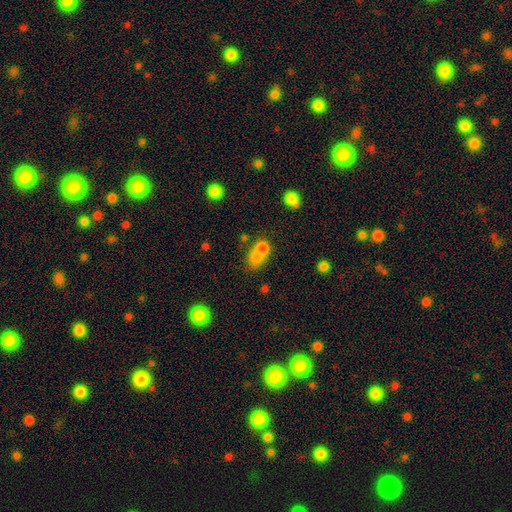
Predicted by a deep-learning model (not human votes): Smooth or featured: smooth — 59% (star or artifact — 28%)
How rounded: round — 51% (in between — 45%)
Merging: none — 45% (merger — 40%)